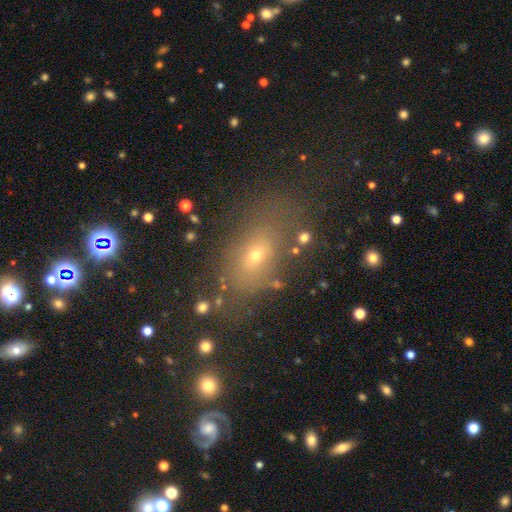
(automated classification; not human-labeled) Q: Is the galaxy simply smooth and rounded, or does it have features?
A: smooth — 61%.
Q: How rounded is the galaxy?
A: in between — 75%.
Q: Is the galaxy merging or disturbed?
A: none — 68%.